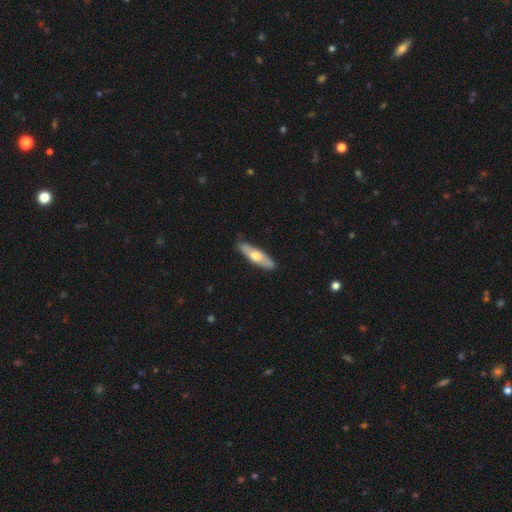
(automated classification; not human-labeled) The model was most divided on "smooth or featured": smooth: 49%, featured or disk: 46%, star or artifact: 5%. More confident: merging — none (85%).